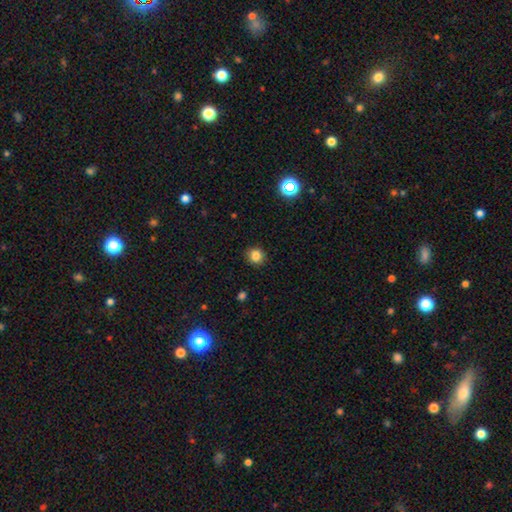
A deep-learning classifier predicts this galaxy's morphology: The model was most divided on "smooth or featured": smooth: 83%, star or artifact: 12%, featured or disk: 5%. More confident: merging — none (90%); how rounded — round (88%).